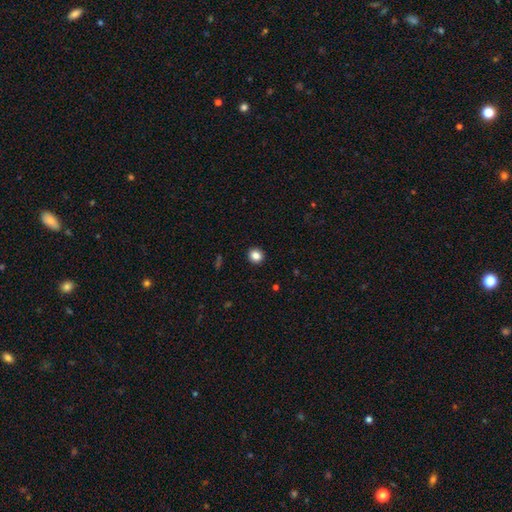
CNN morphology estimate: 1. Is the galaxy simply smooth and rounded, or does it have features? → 84% smooth, 11% star or artifact, 5% featured or disk.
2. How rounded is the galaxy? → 88% round, 11% in between, 1% cigar-shaped.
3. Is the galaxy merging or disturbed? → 92% none, 5% minor disturbance, 2% major disturbance, 1% merger.